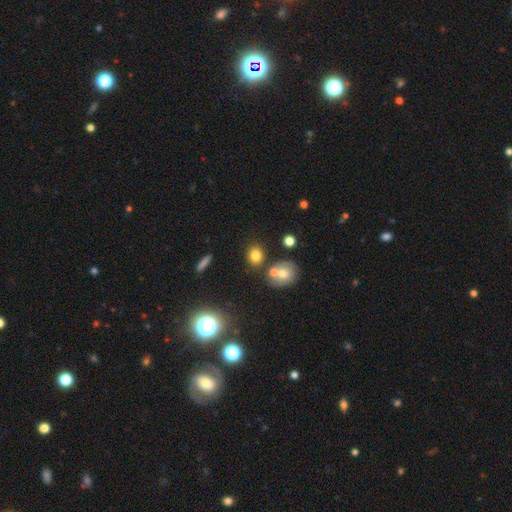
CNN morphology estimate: type=smooth (76%); roundness=round (63%); merging=none (68%).